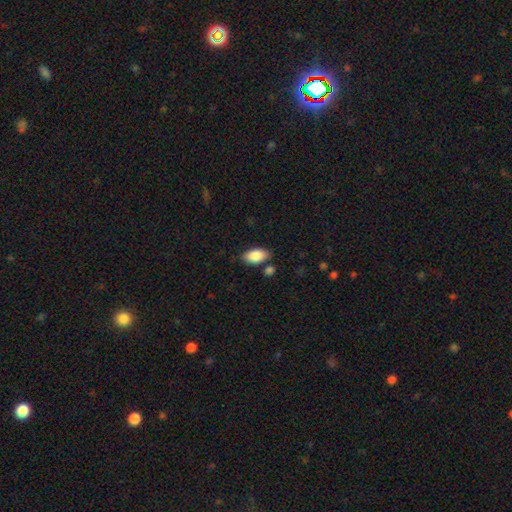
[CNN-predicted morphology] Overall: smooth (87%). How rounded: in between (94%). Merging: none (78%).